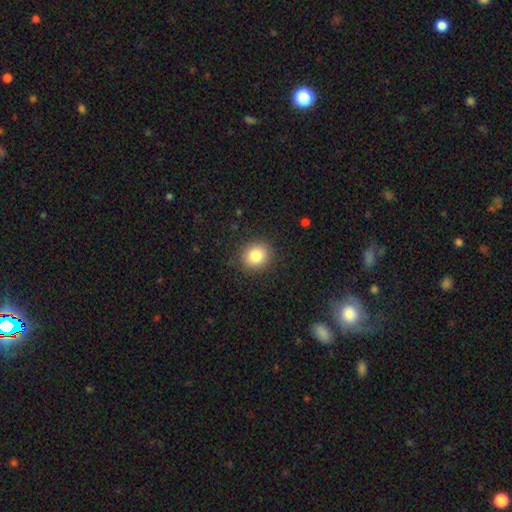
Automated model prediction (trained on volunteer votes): A smooth galaxy with no disk features (83%) that is round (79%).

Vote fractions:
- Smooth or featured? smooth: 83% / star or artifact: 10% / featured or disk: 7%
- How rounded? round: 79% / in between: 20% / cigar-shaped: 1%
- Merging? none: 89% / minor disturbance: 7% / major disturbance: 2% / merger: 1%